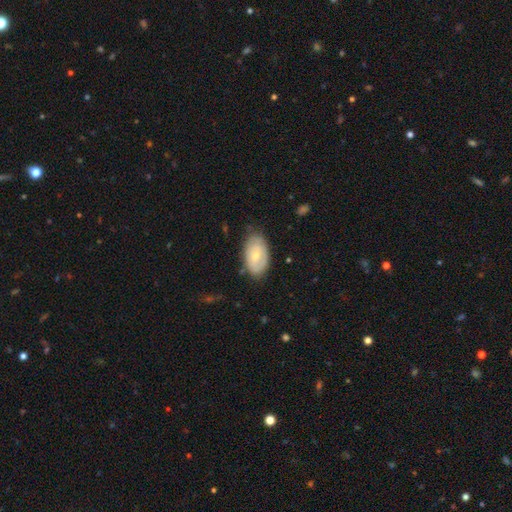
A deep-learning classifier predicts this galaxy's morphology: Smooth or featured? Predicted: smooth (p=0.53). How rounded? Predicted: in between (p=0.93). Merging? Predicted: none (p=0.71).